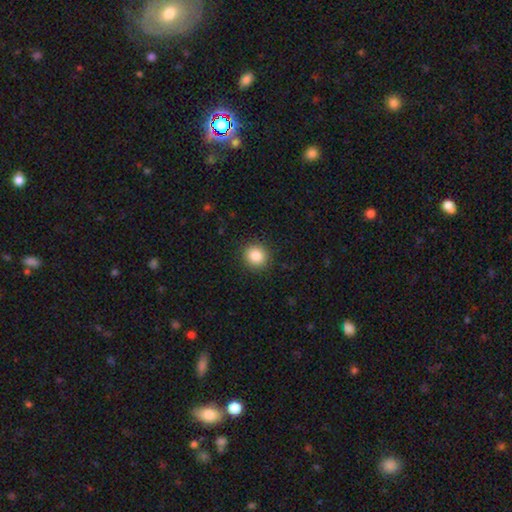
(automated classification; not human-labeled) Morphology: type=smooth (86%); roundness=round (86%); merging=none (91%).